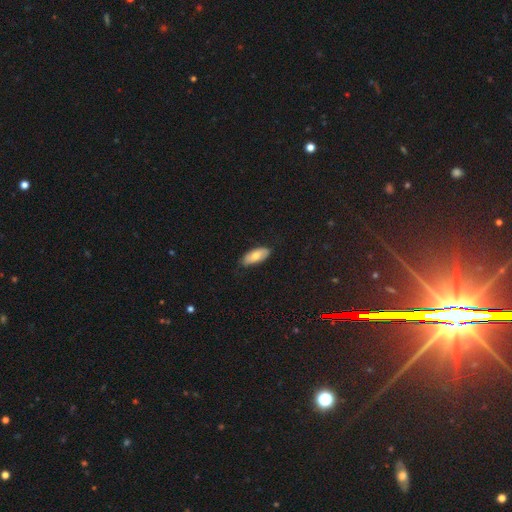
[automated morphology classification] This appears to be a smooth galaxy with no disk features (73%) that is in between round and cigar-shaped (84%). Merging: none (79%).